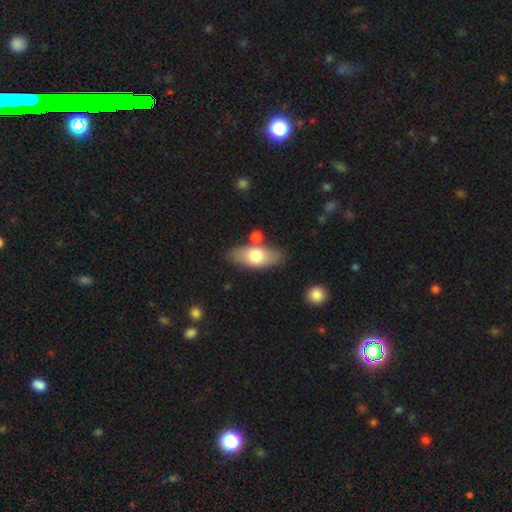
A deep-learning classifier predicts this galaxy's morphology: type=smooth (68%); roundness=in between (83%); merging=none (76%).